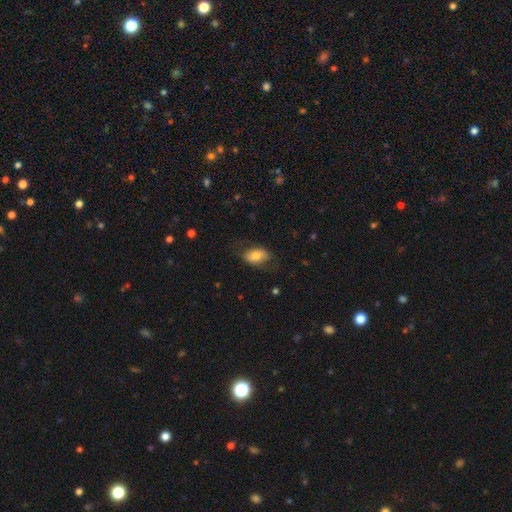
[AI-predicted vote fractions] The model was most divided on "merging": none: 68%, minor disturbance: 21%, major disturbance: 10%, merger: 1%. More confident: how rounded — in between (90%); smooth or featured — smooth (70%).